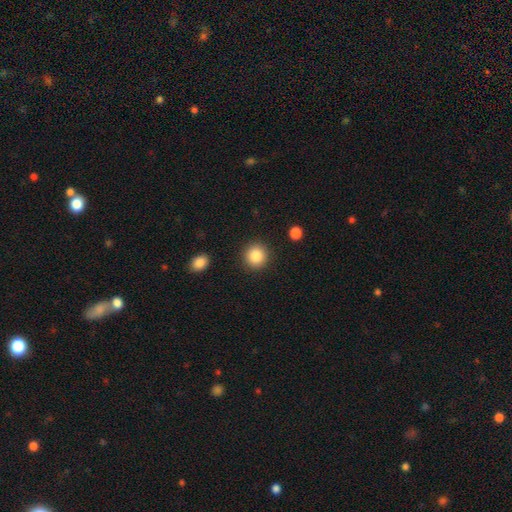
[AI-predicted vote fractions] smooth_or_featured: smooth (p=0.86) [alt: star or artifact p=0.09]
how_rounded: round (p=0.92) [alt: in between p=0.07]
merging: none (p=0.90) [alt: minor disturbance p=0.06]